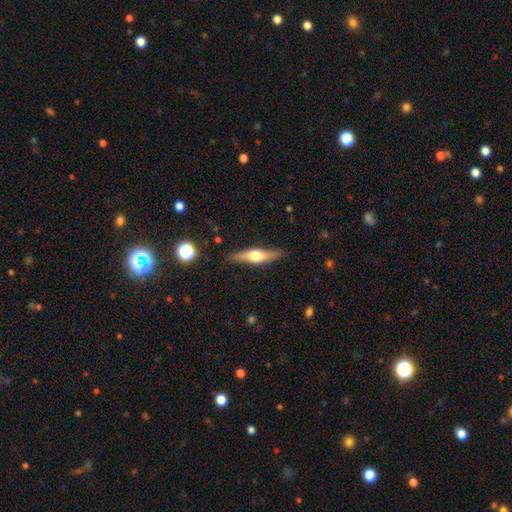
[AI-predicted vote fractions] Q: Smooth or featured?
A: featured or disk (57%); runner-up: smooth (37%)
Q: Edge-on disk?
A: yes (94%); runner-up: no (6%)
Q: Edge-on bulge?
A: rounded (93%); runner-up: boxy (4%)
Q: Merging?
A: none (87%); runner-up: minor disturbance (9%)